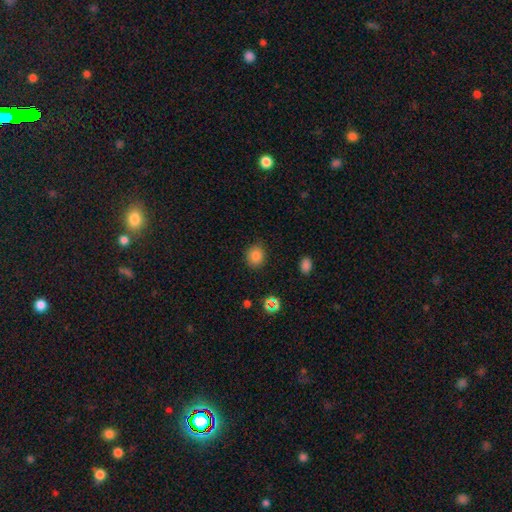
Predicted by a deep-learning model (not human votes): This appears to be a smooth galaxy with no disk features (82%) that is round (75%). Merging: none (85%).